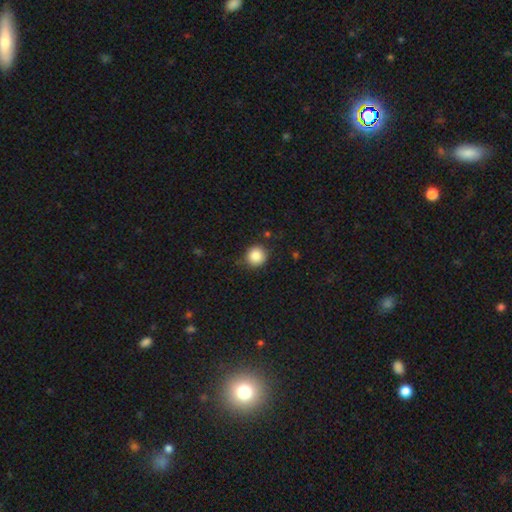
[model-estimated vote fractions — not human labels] A smooth galaxy with no disk features (86%) that is round (91%). Merging: none (81%).